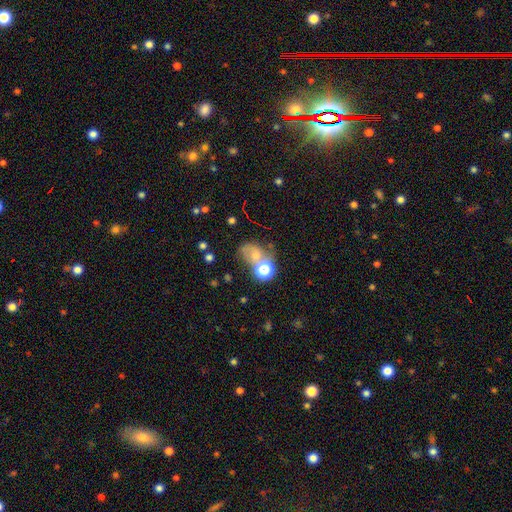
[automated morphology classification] A smooth galaxy with no disk features (50%) that is round (54%). Merging: none (33%, tied with merger).